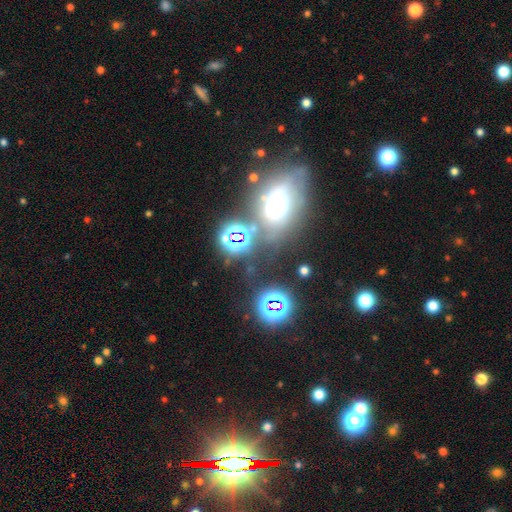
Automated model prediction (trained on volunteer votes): Q: Smooth or featured?
A: smooth (39%); runner-up: star or artifact (38%)
Q: Merging?
A: none (61%); runner-up: merger (20%)